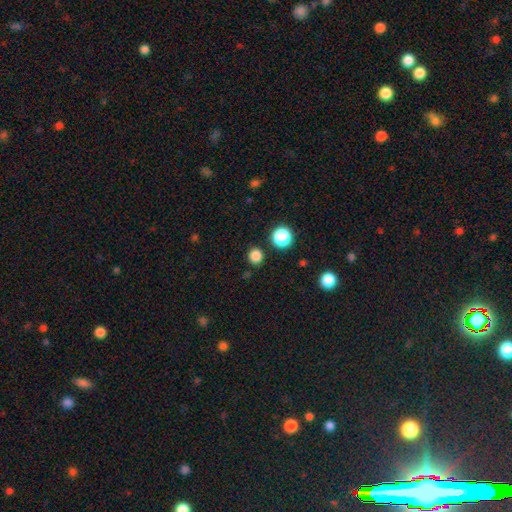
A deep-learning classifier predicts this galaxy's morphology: Smooth or featured?
  - smooth: 82% *
  - star or artifact: 15%
  - featured or disk: 3%
How rounded?
  - round: 90% *
  - in between: 9%
  - cigar-shaped: 1%
Merging?
  - none: 89% *
  - minor disturbance: 6%
  - merger: 3%
  - major disturbance: 2%